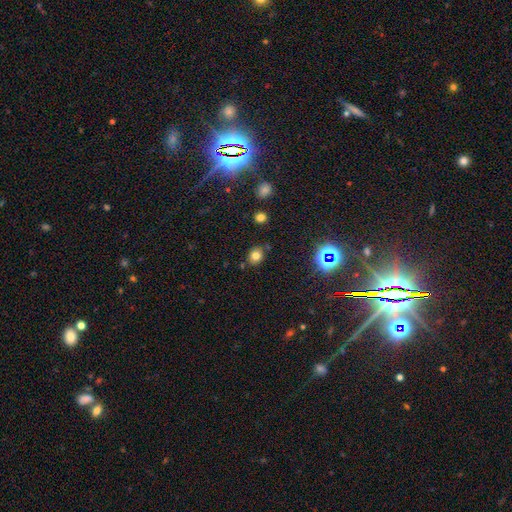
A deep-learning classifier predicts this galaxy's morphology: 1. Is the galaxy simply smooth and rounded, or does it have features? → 75% smooth, 17% star or artifact, 8% featured or disk.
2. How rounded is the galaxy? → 62% round, 37% in between, 1% cigar-shaped.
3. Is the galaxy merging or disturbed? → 81% none, 11% minor disturbance, 5% merger, 3% major disturbance.